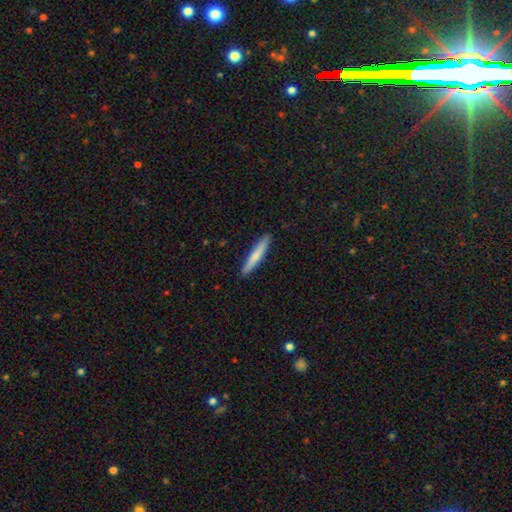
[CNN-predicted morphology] A smooth galaxy with no disk features (75%) that is cigar-shaped (93%).

Vote fractions:
- Smooth or featured? smooth: 75% / featured or disk: 20% / star or artifact: 5%
- How rounded? cigar-shaped: 93% / in between: 5% / round: 1%
- Merging? none: 90% / minor disturbance: 7% / major disturbance: 1% / merger: 1%